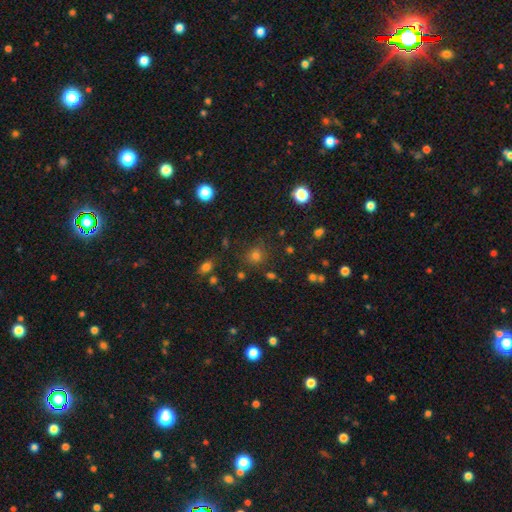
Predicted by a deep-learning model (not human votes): This is likely a smooth galaxy (66%). How rounded: clearly round (86%). Merging: clearly none (82%).